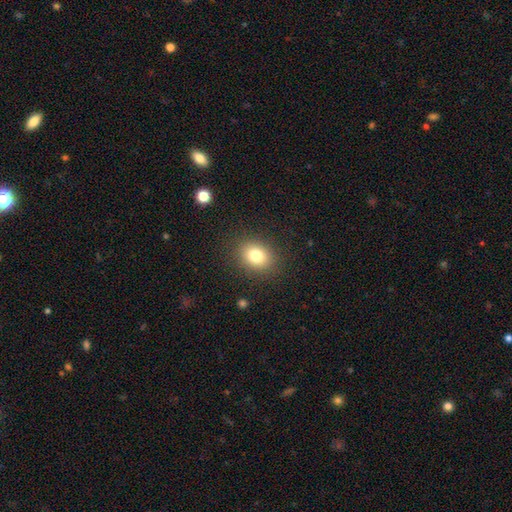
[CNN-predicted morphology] smooth-or-featured: smooth: 79% | star or artifact: 12% | featured or disk: 9%
  how-rounded: round: 54% | in between: 45% | cigar-shaped: 1%
  merging: none: 88% | minor disturbance: 8% | major disturbance: 3% | merger: 1%